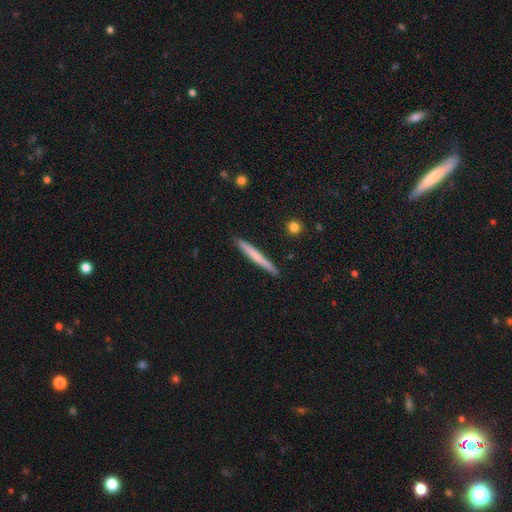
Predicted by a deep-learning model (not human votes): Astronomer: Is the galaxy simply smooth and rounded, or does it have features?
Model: smooth — 60% (runner-up: featured or disk, 35%).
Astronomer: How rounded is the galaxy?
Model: cigar-shaped — 97%.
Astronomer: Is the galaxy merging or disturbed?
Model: none — 90%.